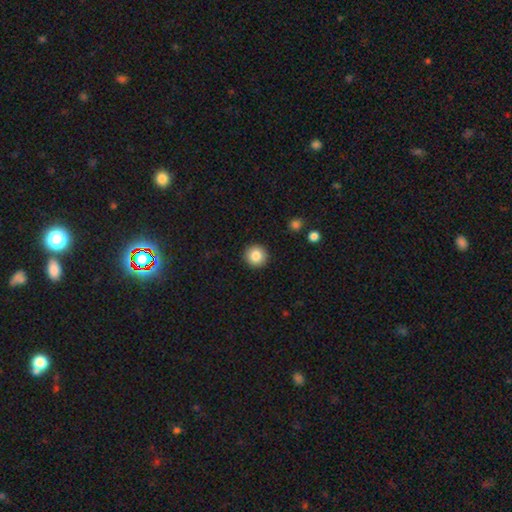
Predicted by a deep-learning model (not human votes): Morphology: type=smooth (85%); roundness=round (95%); merging=none (92%).